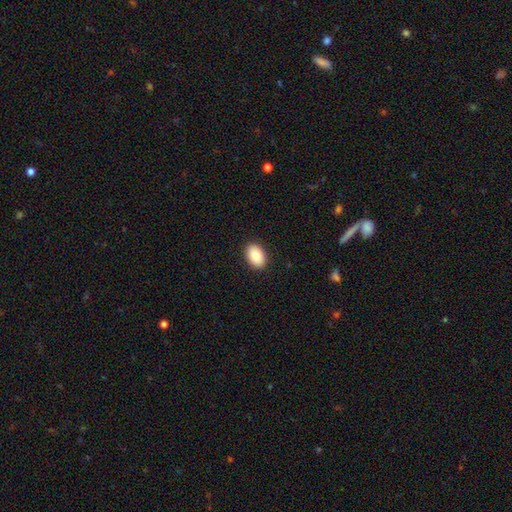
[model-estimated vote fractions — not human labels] Smooth or featured? Predicted: smooth (p=0.91). How rounded? Predicted: in between (p=0.91). Merging? Predicted: none (p=0.91).